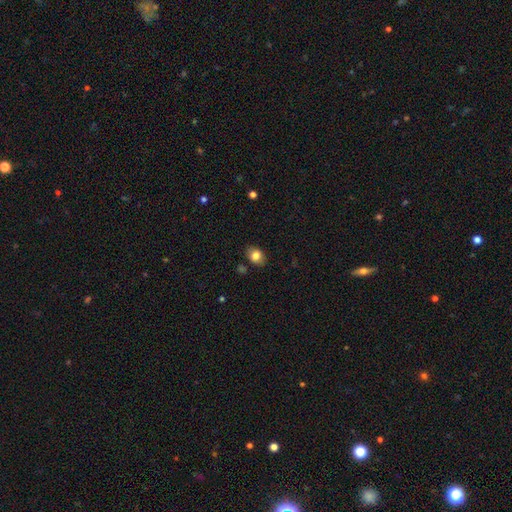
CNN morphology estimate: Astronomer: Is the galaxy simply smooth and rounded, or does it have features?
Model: smooth — 82%.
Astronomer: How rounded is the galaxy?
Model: in between — 67%.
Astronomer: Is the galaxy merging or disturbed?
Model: none — 82%.